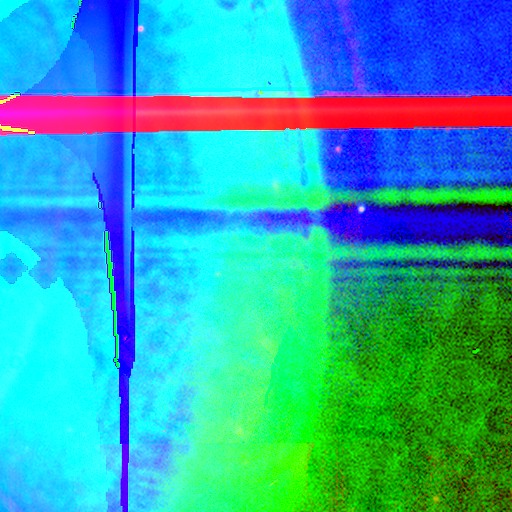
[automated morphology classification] Q: Smooth or featured?
A: star or artifact (86%); runner-up: featured or disk (8%)